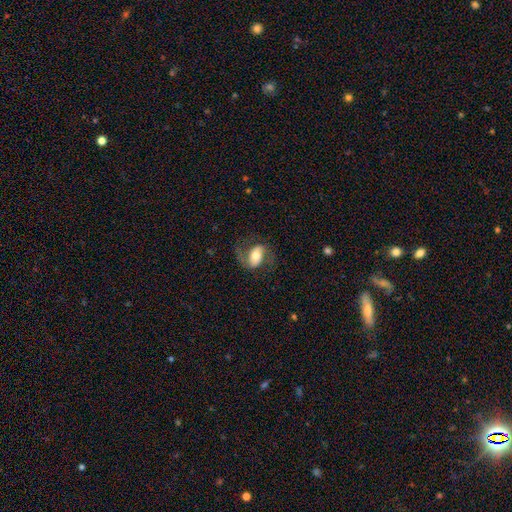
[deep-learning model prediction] Smooth or featured?
  - featured or disk: 57% *
  - smooth: 36%
  - star or artifact: 7%
Edge-on disk?
  - no: 94% *
  - yes: 6%
Bar?
  - no: 34% * (tied)
  - strong: 34% * (tied)
  - weak: 32%
Spiral arms?
  - yes: 84% *
  - no: 16%
Bulge size?
  - moderate: 59% *
  - large: 22%
  - small: 14%
  - dominant: 3%
  - none: 2%
Merging?
  - none: 65% *
  - minor disturbance: 18%
  - major disturbance: 16%
  - merger: 1%